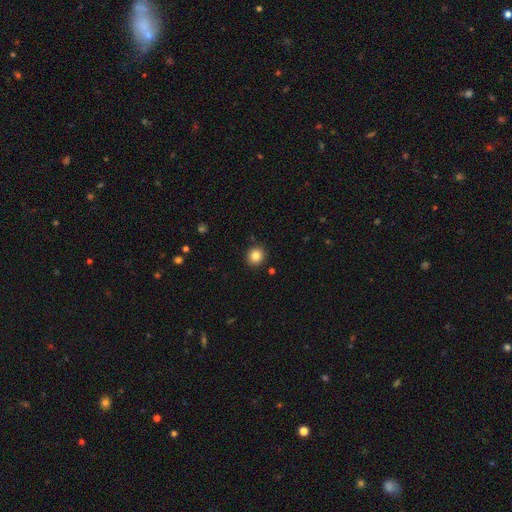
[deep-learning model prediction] Smooth or featured? smooth (84%)
How rounded? round (88%)
Merging? none (91%)